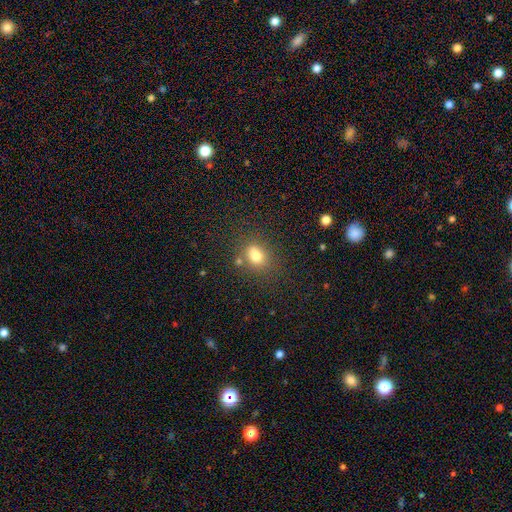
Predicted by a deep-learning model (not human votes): Smooth or featured: smooth — 74% (star or artifact — 14%)
How rounded: in between — 53% (round — 45%)
Merging: none — 60% (merger — 19%)